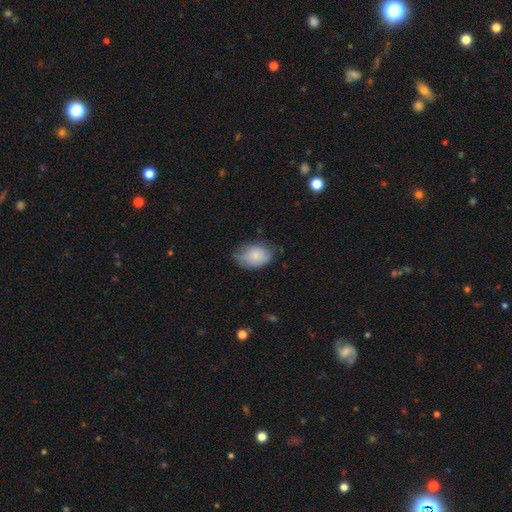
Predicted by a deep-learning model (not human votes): A smooth galaxy with no disk features (81%) that is in between round and cigar-shaped (84%). Merging: none (61%).